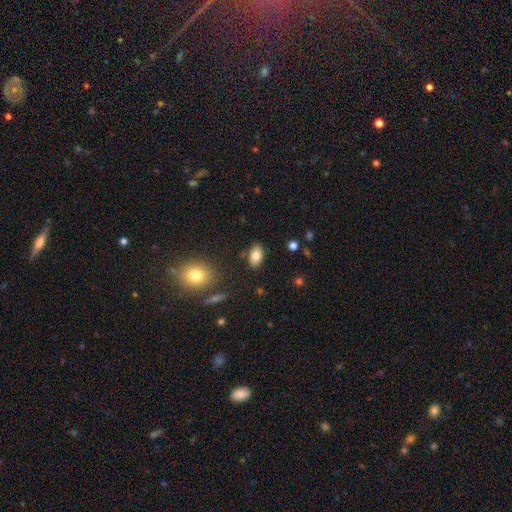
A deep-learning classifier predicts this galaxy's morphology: Smooth or featured? smooth (82%)
How rounded? in between (90%)
Merging? none (85%)